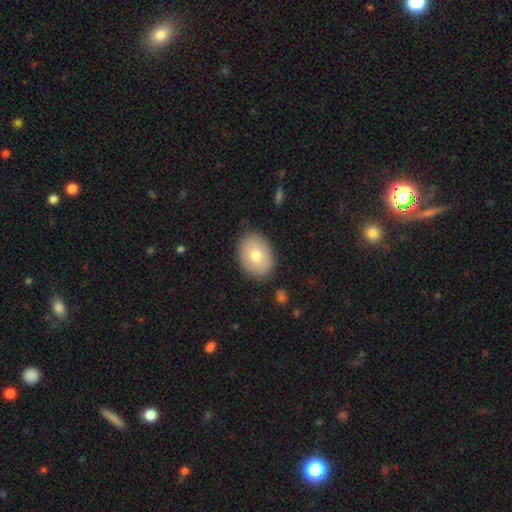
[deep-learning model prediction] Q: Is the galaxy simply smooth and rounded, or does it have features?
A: smooth — 72%.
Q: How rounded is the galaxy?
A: in between — 68%.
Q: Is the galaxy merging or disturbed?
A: none — 86%.